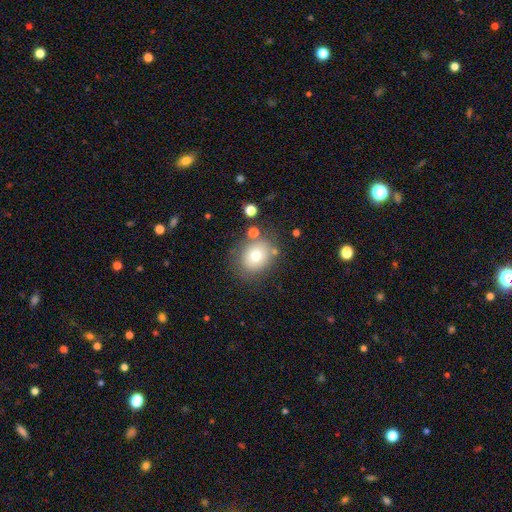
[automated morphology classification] Smooth or featured: smooth — 73% (featured or disk — 15%)
How rounded: round — 62% (in between — 37%)
Merging: none — 73% (minor disturbance — 14%)